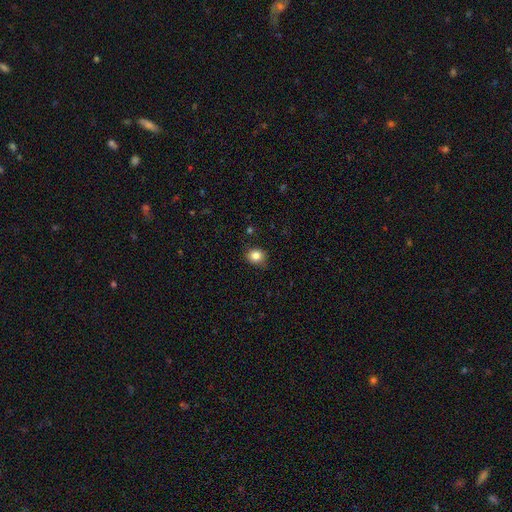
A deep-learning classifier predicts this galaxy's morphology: Overall: smooth (84%). How rounded: round (77%). Merging: none (83%).